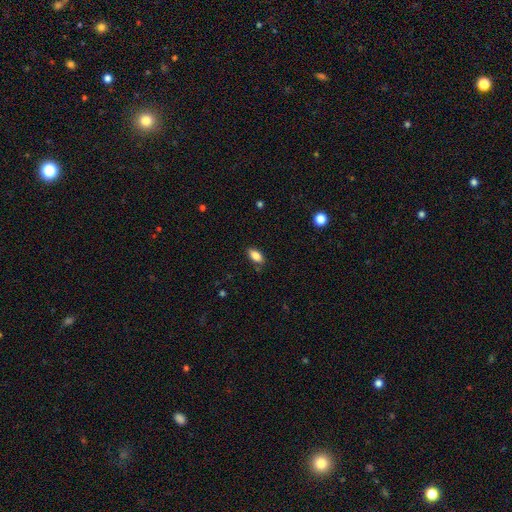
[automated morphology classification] Smooth or featured? smooth (85%)
How rounded? in between (89%)
Merging? none (81%)